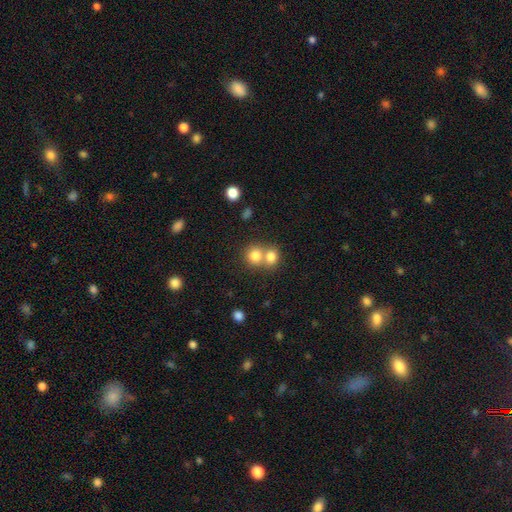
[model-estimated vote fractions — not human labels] Smooth or featured?
  - smooth: 79% *
  - star or artifact: 11%
  - featured or disk: 11%
How rounded?
  - round: 79% *
  - in between: 20%
  - cigar-shaped: 1%
Merging?
  - merger: 55% *
  - none: 37%
  - minor disturbance: 6%
  - major disturbance: 2%